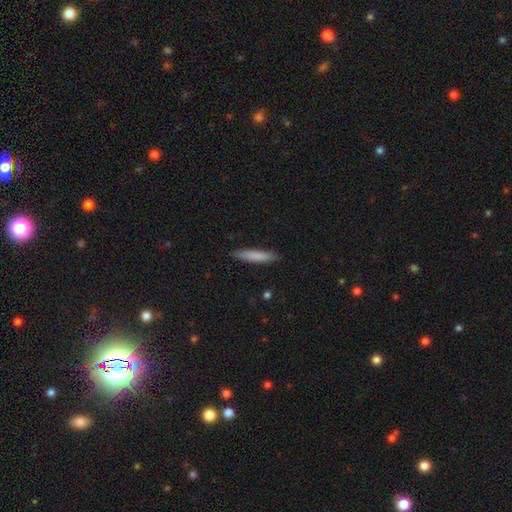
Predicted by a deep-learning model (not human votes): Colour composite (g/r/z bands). It shows a smooth galaxy with no disk features (81%) that is cigar-shaped (88%). Merging: none (88%).